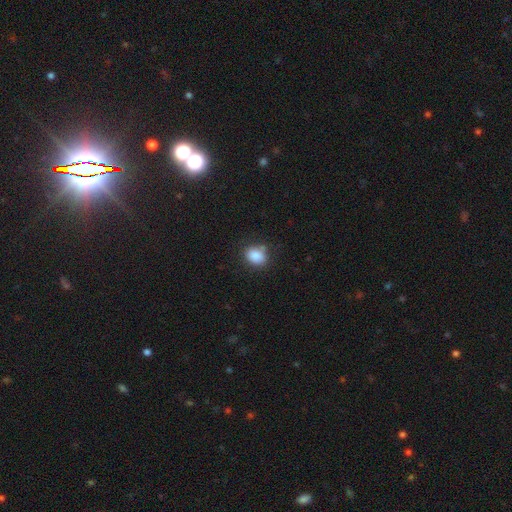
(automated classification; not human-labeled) Overall: smooth (86%). How rounded: in between (54%; round 45%). Merging: none (72%).